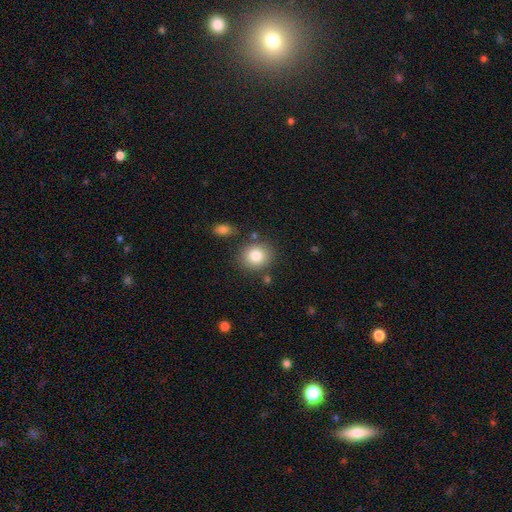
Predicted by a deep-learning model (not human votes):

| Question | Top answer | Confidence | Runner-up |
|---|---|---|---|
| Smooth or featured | smooth | 83% | star or artifact (9%) |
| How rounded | round | 77% | in between (22%) |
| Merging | none | 80% | minor disturbance (11%) |